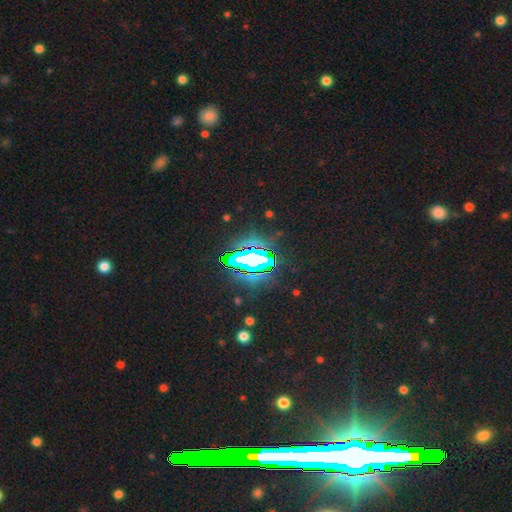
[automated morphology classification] A star or artifact, not a galaxy (77%).

Vote fractions:
- Smooth or featured? star or artifact: 77% / smooth: 12% / featured or disk: 10%